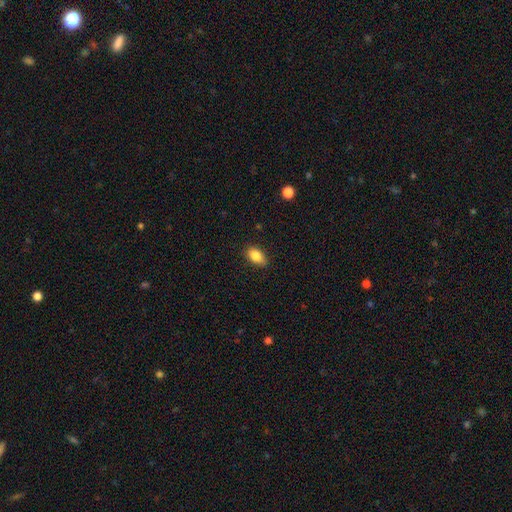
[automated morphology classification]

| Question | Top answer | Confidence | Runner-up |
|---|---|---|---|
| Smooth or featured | smooth | 84% | star or artifact (8%) |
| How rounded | in between | 86% | round (10%) |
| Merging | none | 78% | minor disturbance (18%) |